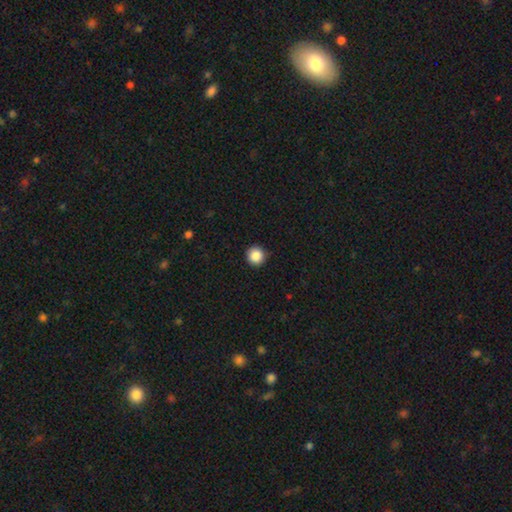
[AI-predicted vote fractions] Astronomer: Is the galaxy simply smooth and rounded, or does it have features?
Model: smooth — 87%.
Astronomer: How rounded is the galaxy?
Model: round — 96%.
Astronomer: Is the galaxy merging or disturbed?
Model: none — 92%.